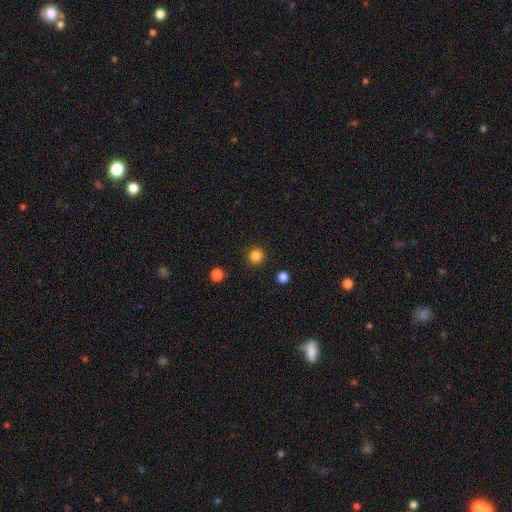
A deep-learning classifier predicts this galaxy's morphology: smooth 84%, star or artifact 12%, featured or disk 3%. Down the decision tree: how rounded — round (96%); merging — none (92%).